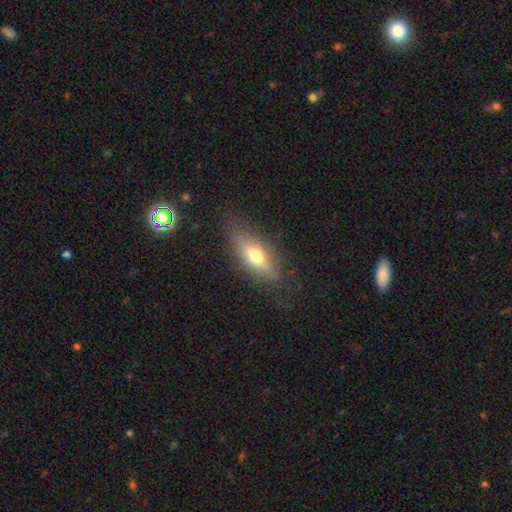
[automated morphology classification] This appears to be a smooth galaxy with no disk features (61%) that is in between round and cigar-shaped (71%). Merging: none (76%).